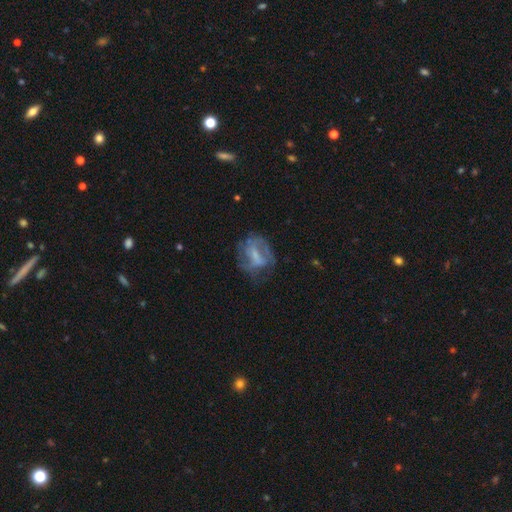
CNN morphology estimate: Smooth or featured?
  - featured or disk: 64% *
  - smooth: 26%
  - star or artifact: 9%
Edge-on disk?
  - no: 96% *
  - yes: 4%
Bar?
  - weak: 45% *
  - no: 30%
  - strong: 26%
Spiral arms?
  - yes: 62% *
  - no: 38%
Bulge size?
  - small: 35% *
  - none: 32%
  - moderate: 27%
  - large: 5%
  - dominant: 1%
Merging?
  - none: 52% *
  - major disturbance: 23%
  - minor disturbance: 22%
  - merger: 3%